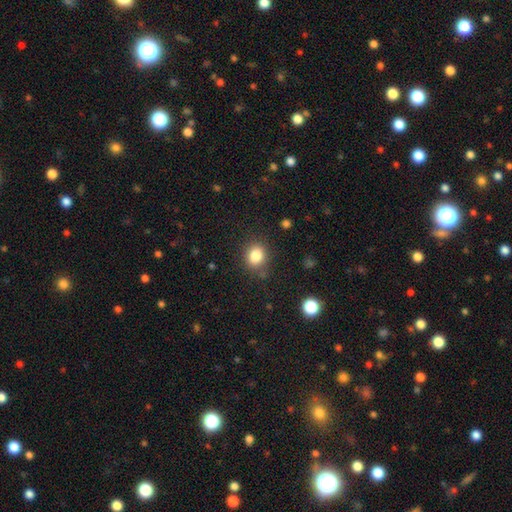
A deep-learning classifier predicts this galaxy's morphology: Smooth or featured: smooth — 83% (star or artifact — 11%)
How rounded: round — 66% (in between — 33%)
Merging: none — 83% (minor disturbance — 11%)